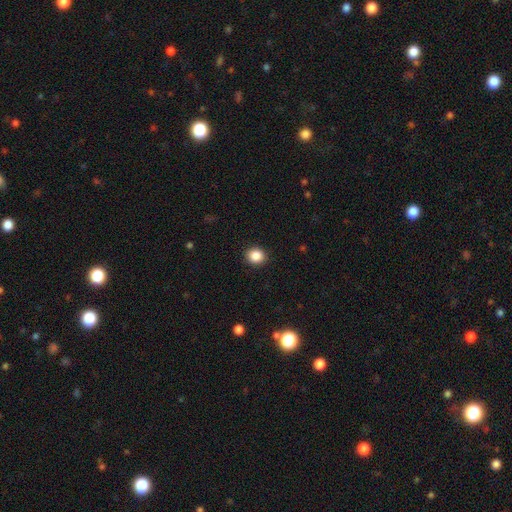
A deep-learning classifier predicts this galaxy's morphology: smooth-or-featured: smooth: 87% | star or artifact: 9% | featured or disk: 3%
  how-rounded: round: 79% | in between: 20% | cigar-shaped: 1%
  merging: none: 91% | minor disturbance: 6% | major disturbance: 2% | merger: 1%